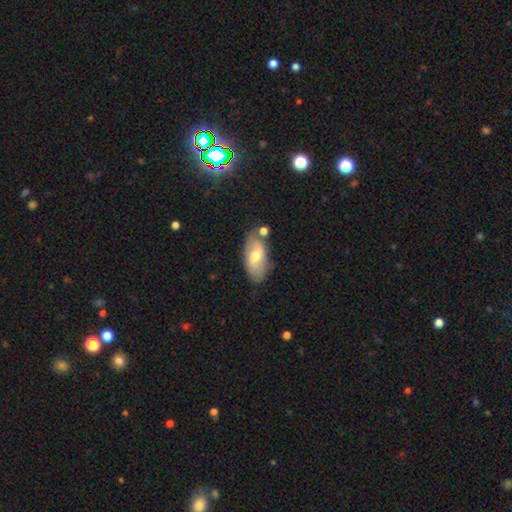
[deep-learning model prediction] Smooth or featured: smooth — 52% (featured or disk — 41%)
How rounded: in between — 90% (cigar-shaped — 7%)
Merging: none — 66% (minor disturbance — 19%)